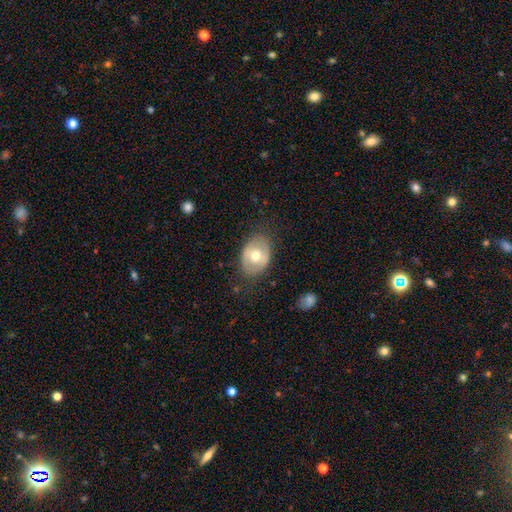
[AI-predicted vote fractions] smooth_or_featured: smooth (p=0.48) [alt: featured or disk p=0.46]
merging: none (p=0.76) [alt: minor disturbance p=0.17]